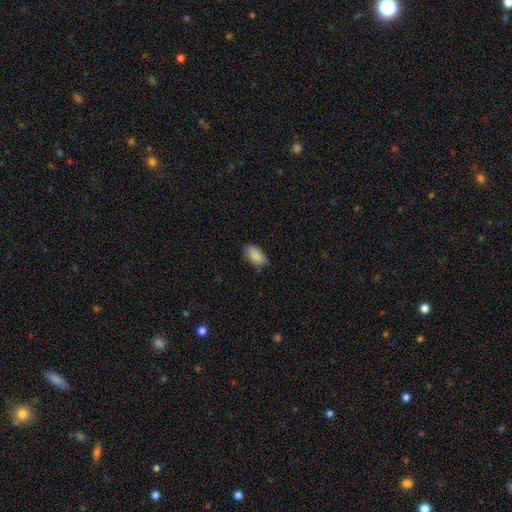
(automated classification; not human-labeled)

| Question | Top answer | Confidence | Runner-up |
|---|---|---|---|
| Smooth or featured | smooth | 87% | star or artifact (7%) |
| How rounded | in between | 93% | round (4%) |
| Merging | none | 70% | minor disturbance (24%) |